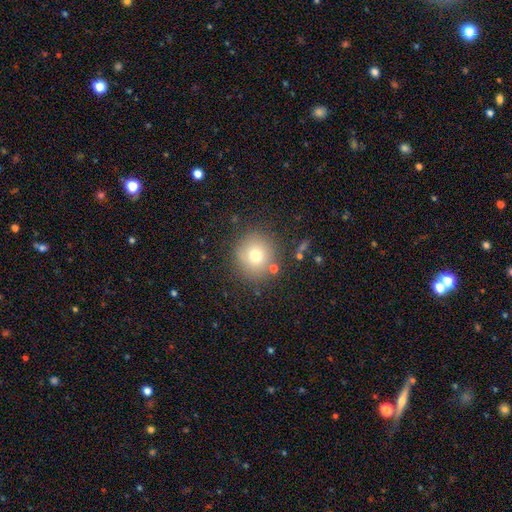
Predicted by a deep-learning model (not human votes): Smooth or featured?
  - smooth: 73% *
  - star or artifact: 14%
  - featured or disk: 13%
How rounded?
  - round: 91% *
  - in between: 8%
  - cigar-shaped: 1%
Merging?
  - none: 82% *
  - minor disturbance: 10%
  - merger: 5%
  - major disturbance: 4%